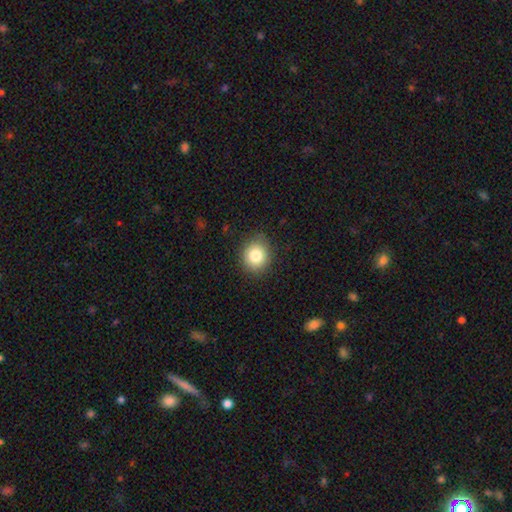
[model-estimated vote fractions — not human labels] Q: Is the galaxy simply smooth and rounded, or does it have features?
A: smooth — 82%.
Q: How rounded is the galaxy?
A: round — 77%.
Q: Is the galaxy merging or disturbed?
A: none — 86%.